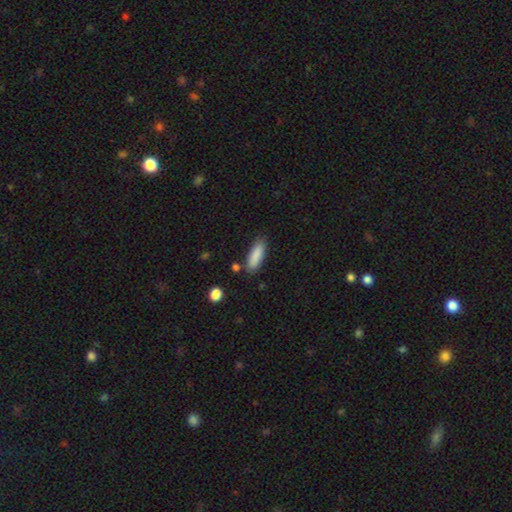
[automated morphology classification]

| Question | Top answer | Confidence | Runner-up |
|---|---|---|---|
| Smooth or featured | smooth | 87% | star or artifact (6%) |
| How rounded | cigar-shaped | 50% | in between (48%) |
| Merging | none | 82% | minor disturbance (12%) |